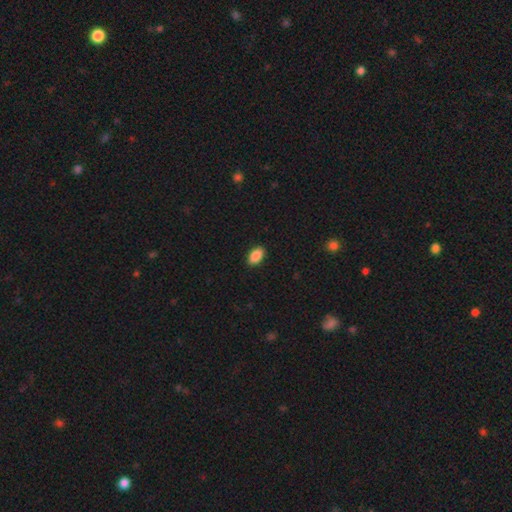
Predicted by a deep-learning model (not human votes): Q: Smooth or featured?
A: smooth (89%); runner-up: star or artifact (7%)
Q: How rounded?
A: in between (92%); runner-up: round (6%)
Q: Merging?
A: none (90%); runner-up: minor disturbance (7%)